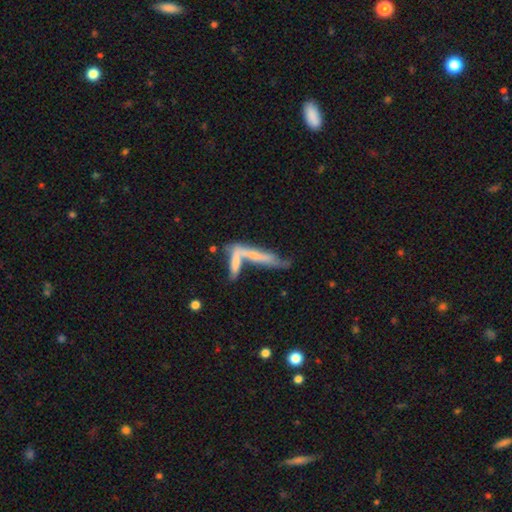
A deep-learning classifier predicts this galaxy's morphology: Smooth or featured?
  - smooth: 48% *
  - featured or disk: 45%
  - star or artifact: 8%
Merging?
  - merger: 51% *
  - none: 28%
  - minor disturbance: 12%
  - major disturbance: 9%